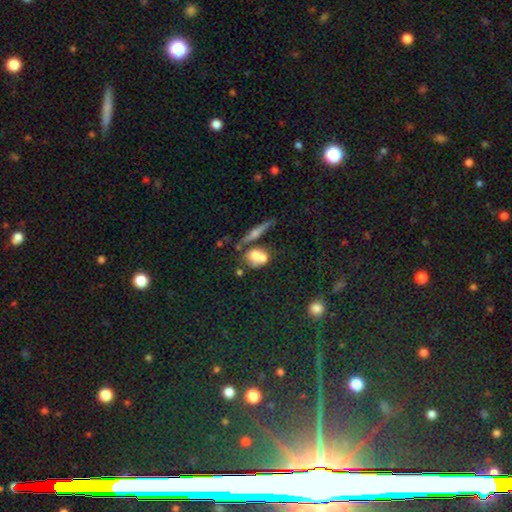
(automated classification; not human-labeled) This appears to be a smooth galaxy with no disk features (63%) that is round (50%). Merging: merger (45%).